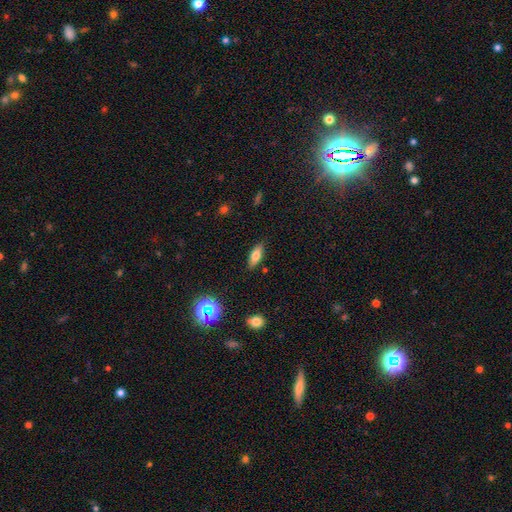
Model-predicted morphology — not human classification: Smooth or featured? Predicted: smooth (p=0.72). How rounded? Predicted: in between (p=0.71). Merging? Predicted: none (p=0.85).